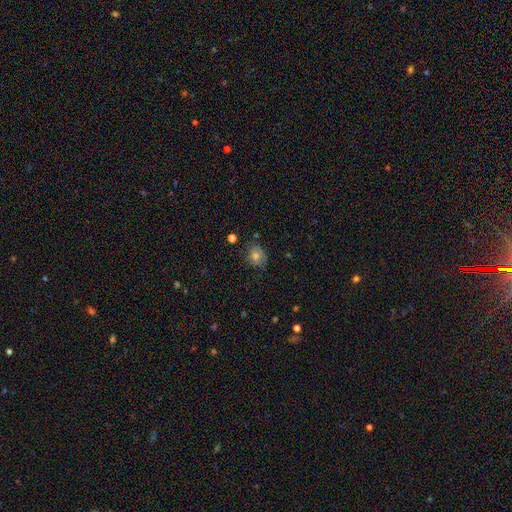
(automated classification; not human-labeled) smooth 63%, featured or disk 22%, star or artifact 15%. Down the decision tree: how rounded — round (59%); merging — none (68%).